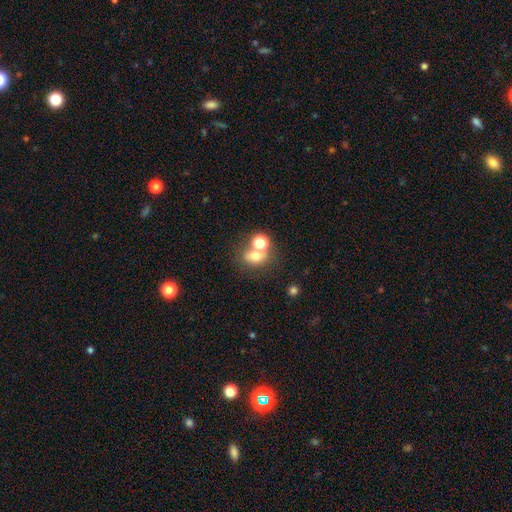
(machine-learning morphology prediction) The model was most divided on "how rounded": round: 51%, in between: 48%, cigar-shaped: 2%. Remaining: smooth or featured — smooth (68%); merging — none (47%).